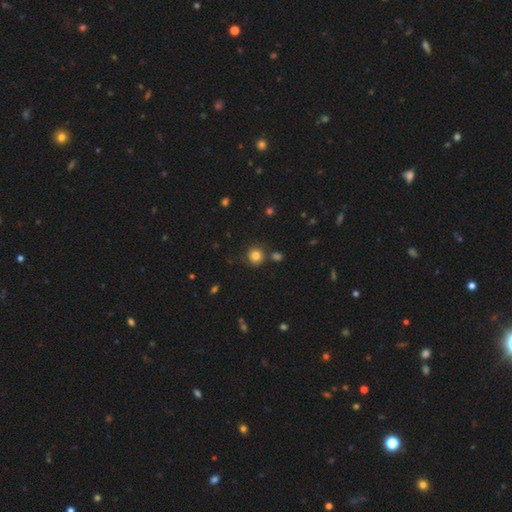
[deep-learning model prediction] Smooth or featured: smooth — 81% (star or artifact — 12%)
How rounded: round — 91% (in between — 8%)
Merging: none — 80% (minor disturbance — 10%)